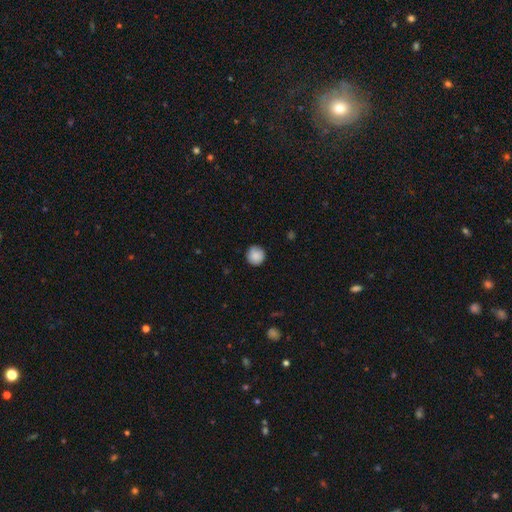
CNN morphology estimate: Q: Smooth or featured?
A: smooth (87%); runner-up: star or artifact (7%)
Q: How rounded?
A: round (93%); runner-up: in between (6%)
Q: Merging?
A: none (85%); runner-up: minor disturbance (12%)